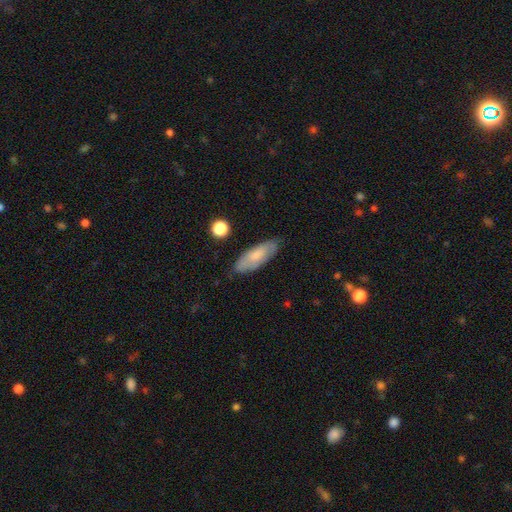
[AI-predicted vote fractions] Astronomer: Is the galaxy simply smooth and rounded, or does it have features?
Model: smooth — 68%.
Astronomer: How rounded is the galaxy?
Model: in between — 67%.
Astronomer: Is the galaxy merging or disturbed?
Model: none — 79%.